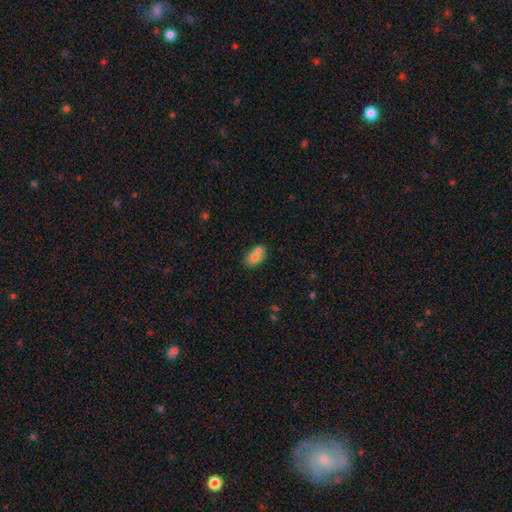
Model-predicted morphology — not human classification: This appears to be a smooth galaxy with no disk features (73%) that is in between round and cigar-shaped (81%). Merging: merger (43%).